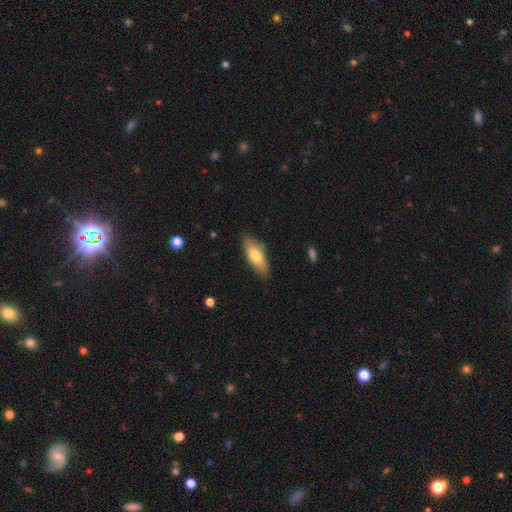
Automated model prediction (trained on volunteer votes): Smooth or featured: smooth — 71% (featured or disk — 23%)
How rounded: in between — 69% (cigar-shaped — 28%)
Merging: none — 81% (minor disturbance — 14%)